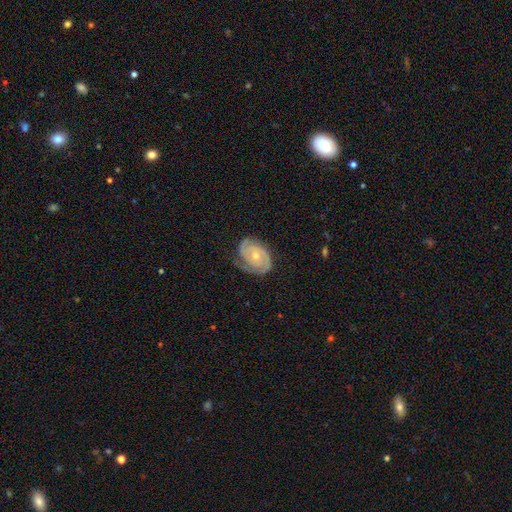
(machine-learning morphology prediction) featured or disk 87%, smooth 9%, star or artifact 5%. Down the decision tree: edge-on disk — no (97%); bar — no (71%); spiral arms — yes (97%); spiral arm count — 2 (69%); spiral winding — tight (65%); bulge size — moderate (50%); merging — none (72%).